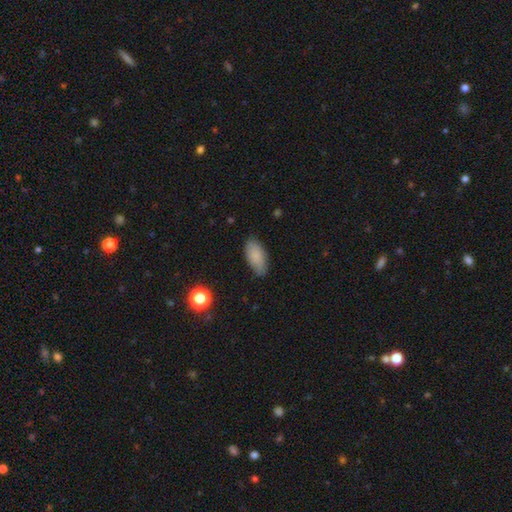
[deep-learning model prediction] smooth-or-featured: smooth: 85% | star or artifact: 8% | featured or disk: 8%
  how-rounded: in between: 89% | cigar-shaped: 8% | round: 3%
  merging: none: 80% | minor disturbance: 16% | major disturbance: 3% | merger: 1%